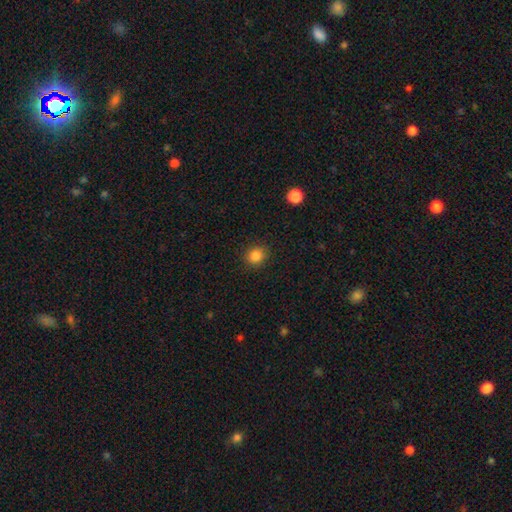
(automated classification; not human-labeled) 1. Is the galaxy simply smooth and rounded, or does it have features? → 84% smooth, 12% star or artifact, 4% featured or disk.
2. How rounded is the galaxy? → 84% round, 15% in between, 1% cigar-shaped.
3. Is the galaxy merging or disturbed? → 90% none, 7% minor disturbance, 2% major disturbance, 1% merger.